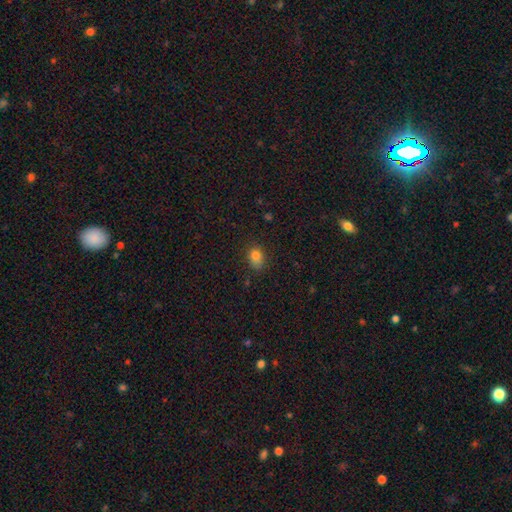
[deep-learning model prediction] Overall: smooth (81%). How rounded: in between (64%; round 35%). Merging: none (68%).